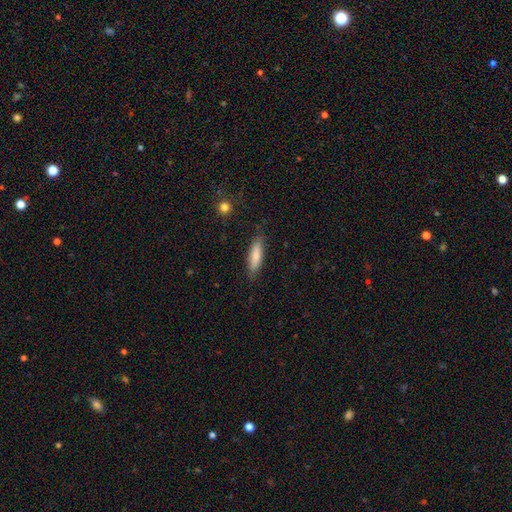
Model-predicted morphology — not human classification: A smooth galaxy with no disk features (82%) that is cigar-shaped (63%).

Vote fractions:
- Smooth or featured? smooth: 82% / featured or disk: 12% / star or artifact: 6%
- How rounded? cigar-shaped: 63% / in between: 36% / round: 1%
- Merging? none: 84% / minor disturbance: 13% / major disturbance: 3% / merger: 1%